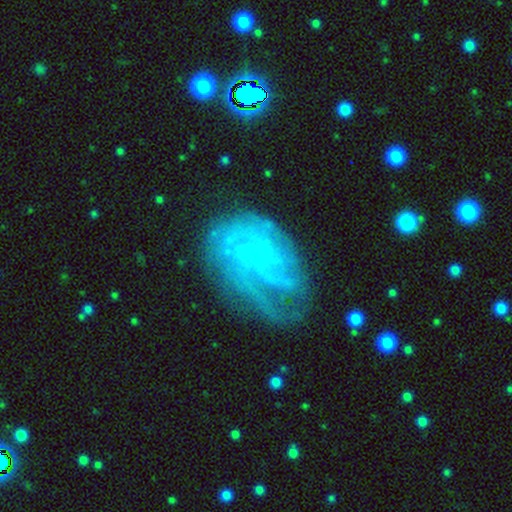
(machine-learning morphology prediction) featured or disk 79%, smooth 13%, star or artifact 9%. Down the decision tree: edge-on disk — no (97%); bar — no (61%); spiral arms — yes (92%); spiral arm count — can't tell (42%); spiral winding — tight (57%); bulge size — small (80%); merging — none (55%).